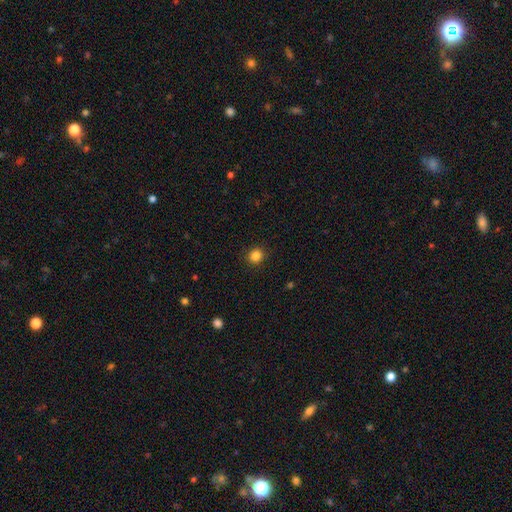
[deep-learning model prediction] Smooth or featured?
  - smooth: 85% *
  - star or artifact: 11%
  - featured or disk: 4%
How rounded?
  - round: 88% *
  - in between: 11%
  - cigar-shaped: 1%
Merging?
  - none: 91% *
  - minor disturbance: 6%
  - major disturbance: 2%
  - merger: 1%